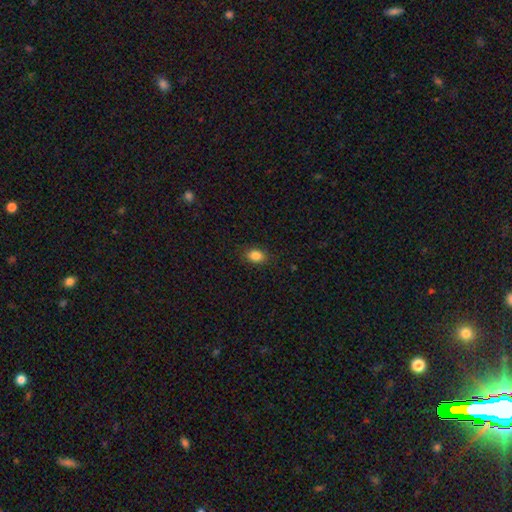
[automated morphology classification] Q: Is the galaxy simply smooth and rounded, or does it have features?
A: smooth — 86%.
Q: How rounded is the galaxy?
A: in between — 70%.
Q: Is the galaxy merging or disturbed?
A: none — 87%.